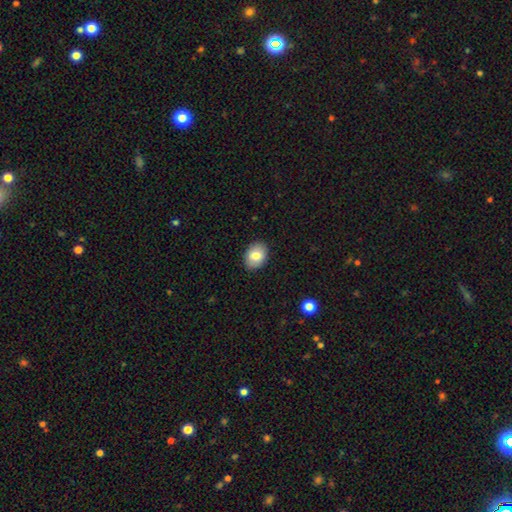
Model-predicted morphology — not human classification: This is clearly a smooth galaxy (81%). How rounded: likely in between (70%). Merging: clearly none (90%).